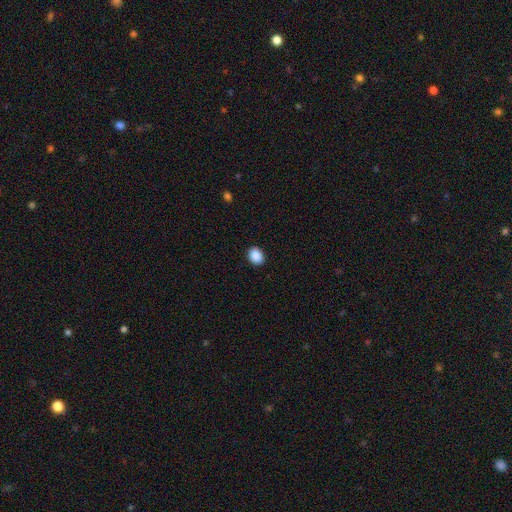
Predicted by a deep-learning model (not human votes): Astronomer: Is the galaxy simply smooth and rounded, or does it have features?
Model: smooth — 90%.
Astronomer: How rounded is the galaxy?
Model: in between — 59% (runner-up: round, 40%).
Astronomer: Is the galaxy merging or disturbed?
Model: none — 90%.